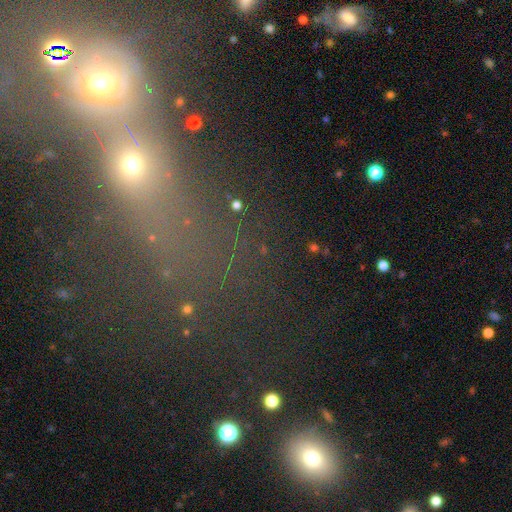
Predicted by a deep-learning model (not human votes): Smooth or featured? smooth (44%)
Merging? merger (45%)